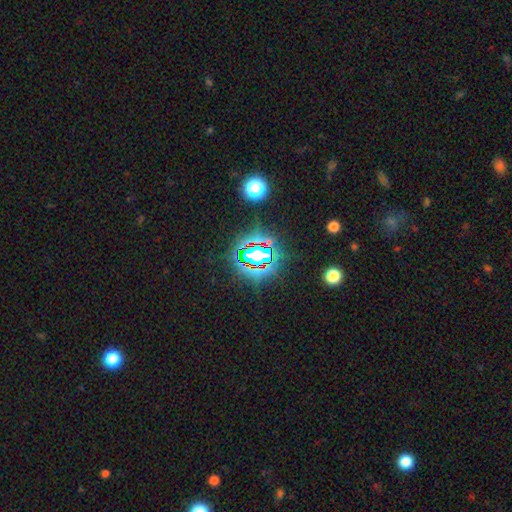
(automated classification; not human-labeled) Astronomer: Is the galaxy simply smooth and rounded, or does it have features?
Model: star or artifact — 75%.